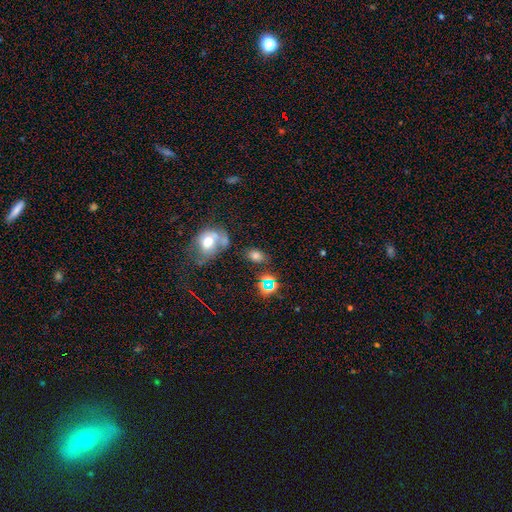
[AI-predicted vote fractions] Smooth or featured: smooth — 70% (star or artifact — 19%)
How rounded: in between — 78% (round — 20%)
Merging: none — 68% (minor disturbance — 14%)